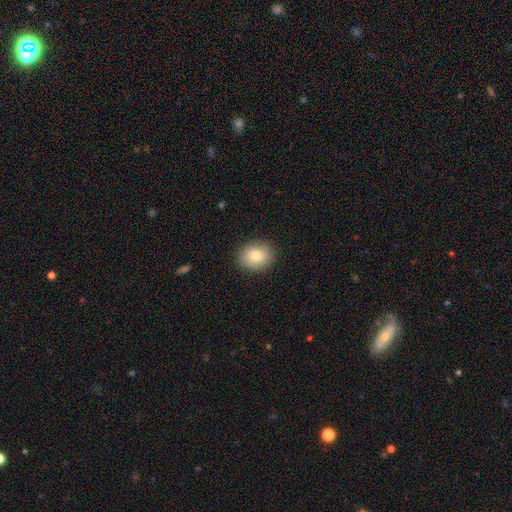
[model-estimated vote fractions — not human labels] smooth 83%, featured or disk 9%, star or artifact 8%. Down the decision tree: how rounded — round (53%); merging — none (88%).